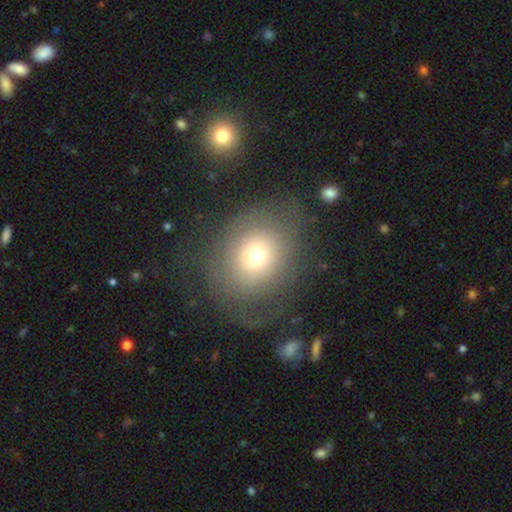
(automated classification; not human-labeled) This appears to be a smooth galaxy with no disk features (60%) that is round (68%). Merging: none (59%).